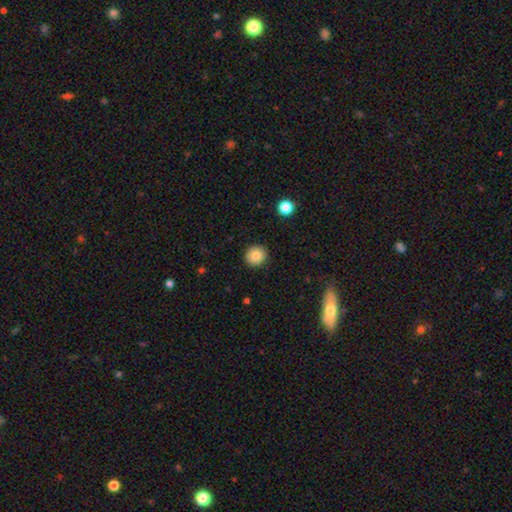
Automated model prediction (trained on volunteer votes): This is clearly a smooth galaxy (85%). How rounded: clearly round (89%). Merging: clearly none (91%).